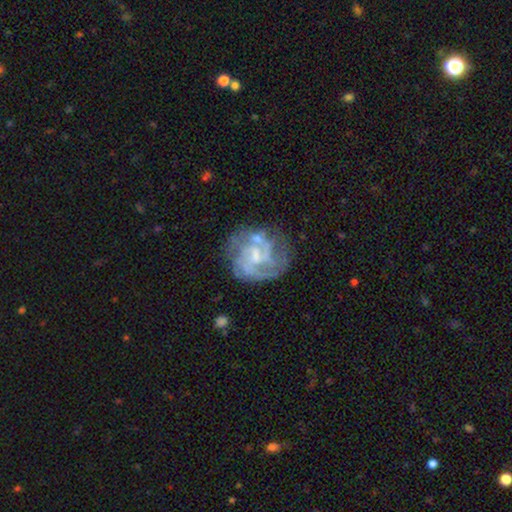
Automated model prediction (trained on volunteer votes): Smooth or featured?
  - featured or disk: 82% *
  - smooth: 11%
  - star or artifact: 7%
Edge-on disk?
  - no: 98% *
  - yes: 2%
Bar?
  - weak: 48% *
  - no: 41%
  - strong: 11%
Spiral arms?
  - yes: 89% *
  - no: 11%
Spiral winding?
  - tight: 45% *
  - medium: 42%
  - loose: 13%
Spiral arm count?
  - can't tell: 30% *
  - 2: 26%
  - 3: 26%
  - 4: 9%
  - 1: 5%
  - more than 4: 5%
Bulge size?
  - small: 41% *
  - moderate: 30%
  - none: 25%
  - large: 3%
  - dominant: 1%
Merging?
  - none: 61% *
  - minor disturbance: 20%
  - major disturbance: 15%
  - merger: 4%